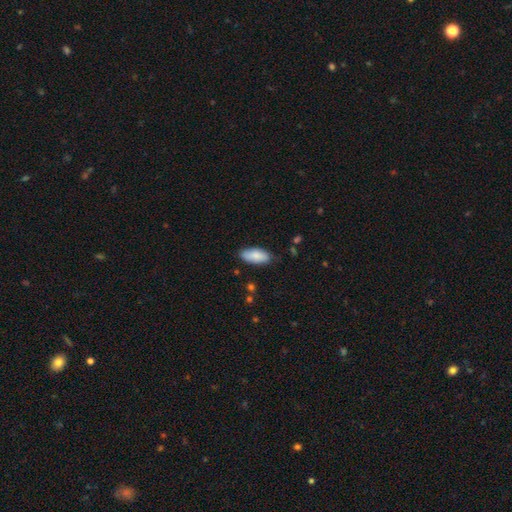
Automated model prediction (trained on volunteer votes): The model was most divided on "merging": none: 79%, minor disturbance: 16%, major disturbance: 3%, merger: 1%. More confident: how rounded — in between (89%); smooth or featured — smooth (83%).